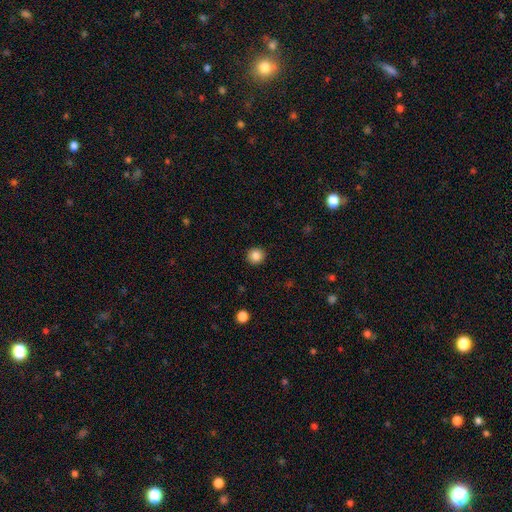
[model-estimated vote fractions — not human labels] This appears to be a smooth galaxy with no disk features (85%) that is round (90%). Merging: none (92%).